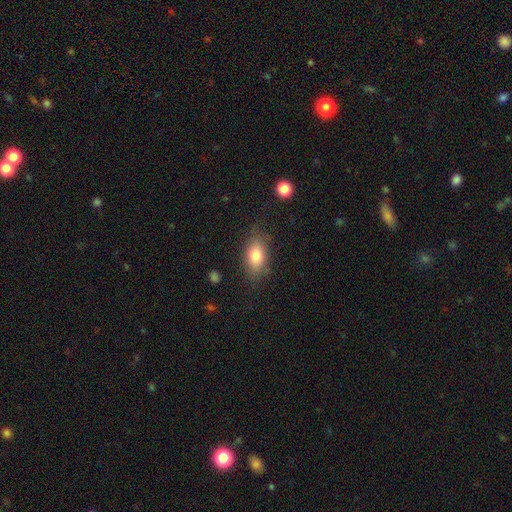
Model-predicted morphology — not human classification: Q: Smooth or featured?
A: smooth (78%); runner-up: featured or disk (13%)
Q: How rounded?
A: in between (84%); runner-up: round (11%)
Q: Merging?
A: none (74%); runner-up: minor disturbance (18%)